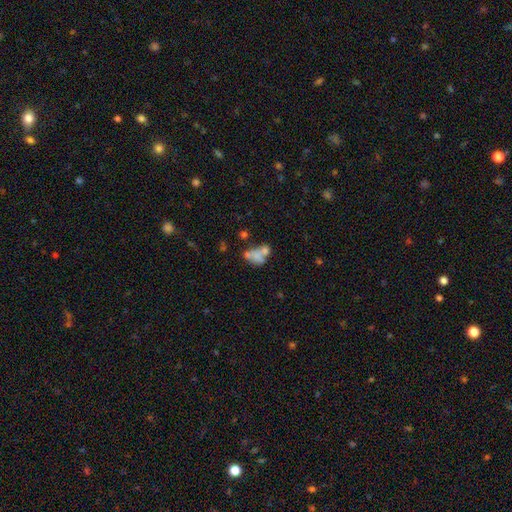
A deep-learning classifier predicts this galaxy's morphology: smooth_or_featured: smooth (p=0.55) [alt: featured or disk p=0.31]
how_rounded: in between (p=0.80) [alt: round p=0.16]
merging: merger (p=0.48) [alt: none p=0.24]